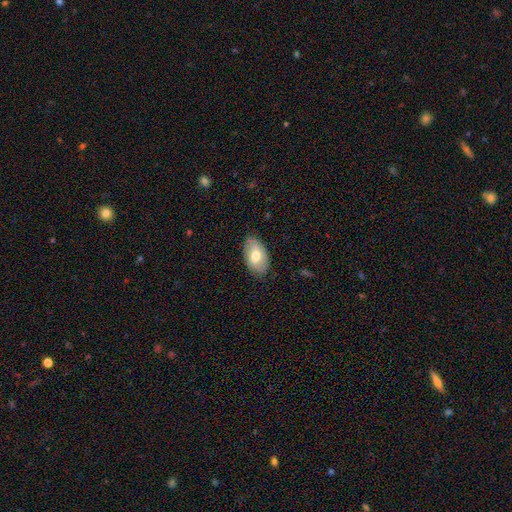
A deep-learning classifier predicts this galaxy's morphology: Q: Smooth or featured?
A: smooth (67%); runner-up: featured or disk (27%)
Q: How rounded?
A: in between (94%); runner-up: round (5%)
Q: Merging?
A: none (81%); runner-up: minor disturbance (15%)